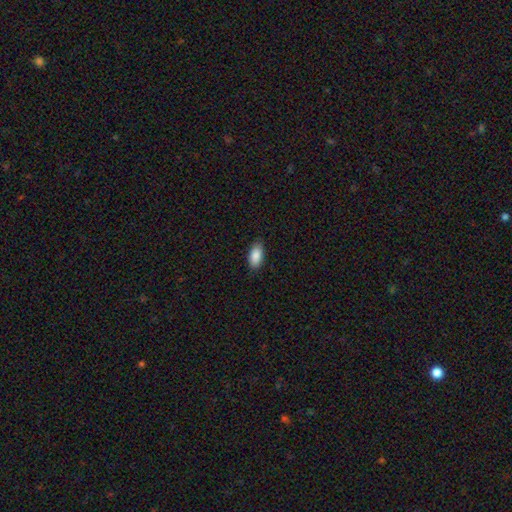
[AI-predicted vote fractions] The model was most divided on "merging": none: 86%, minor disturbance: 11%, major disturbance: 2%, merger: 1%. More confident: how rounded — in between (92%); smooth or featured — smooth (88%).